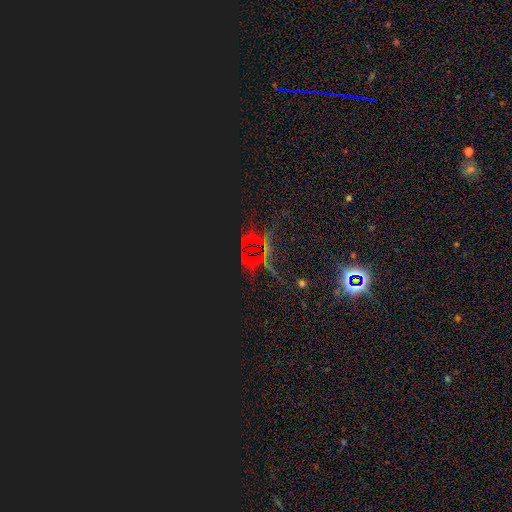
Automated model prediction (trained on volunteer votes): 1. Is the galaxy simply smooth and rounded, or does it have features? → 83% star or artifact, 10% smooth, 8% featured or disk.